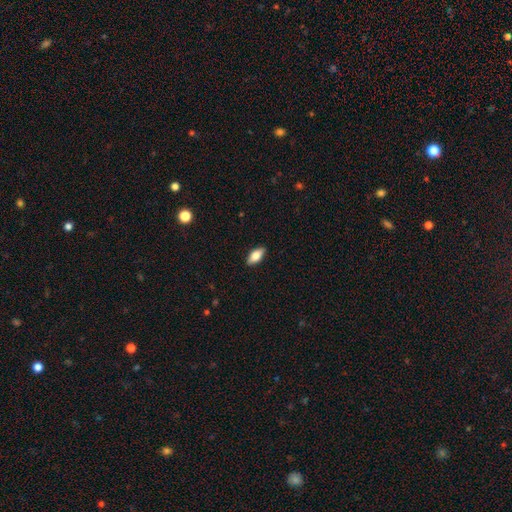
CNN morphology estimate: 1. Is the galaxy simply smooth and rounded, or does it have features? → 77% smooth, 17% featured or disk, 7% star or artifact.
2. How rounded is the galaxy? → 86% in between, 11% cigar-shaped, 3% round.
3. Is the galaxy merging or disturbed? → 89% none, 9% minor disturbance, 2% major disturbance, 1% merger.